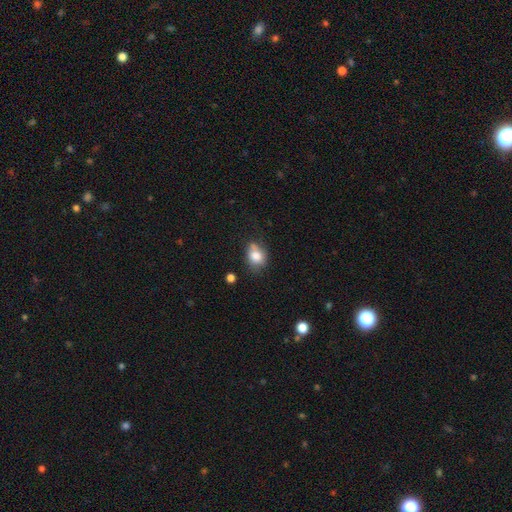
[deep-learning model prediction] Smooth or featured? Predicted: smooth (p=0.79). How rounded? Predicted: in between (p=0.55). Merging? Predicted: none (p=0.51).